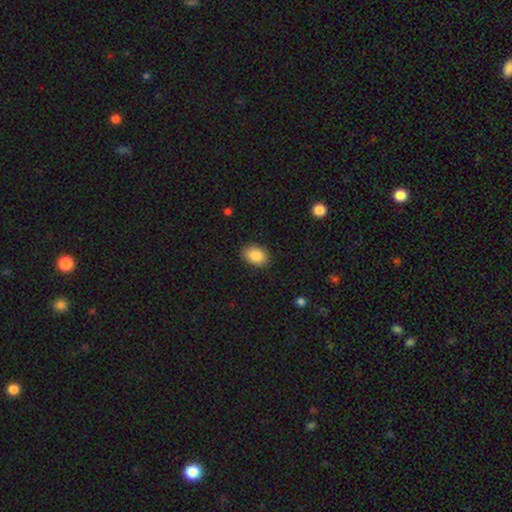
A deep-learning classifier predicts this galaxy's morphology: smooth 87%, star or artifact 7%, featured or disk 5%. Down the decision tree: how rounded — in between (76%); merging — none (87%).